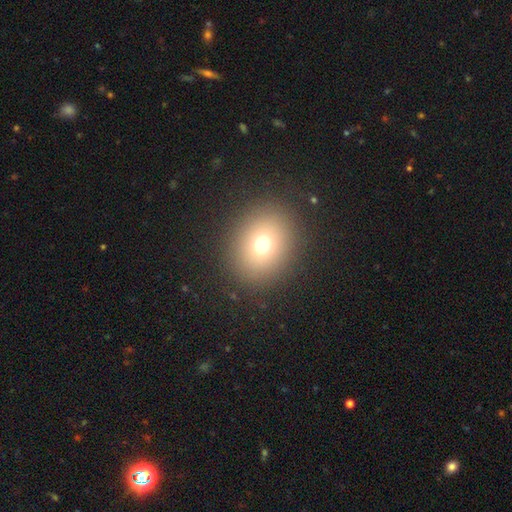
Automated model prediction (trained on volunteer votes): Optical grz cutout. It shows a smooth galaxy with no disk features (71%) that is round (65%). Merging: none (90%).